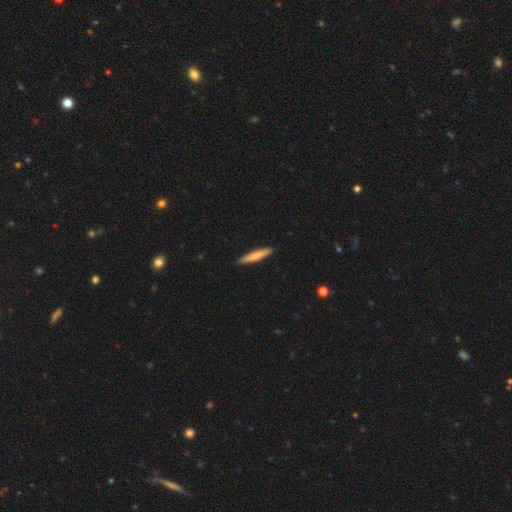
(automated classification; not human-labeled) This is likely a smooth galaxy (72%). How rounded: clearly cigar-shaped (93%). Merging: clearly none (91%).